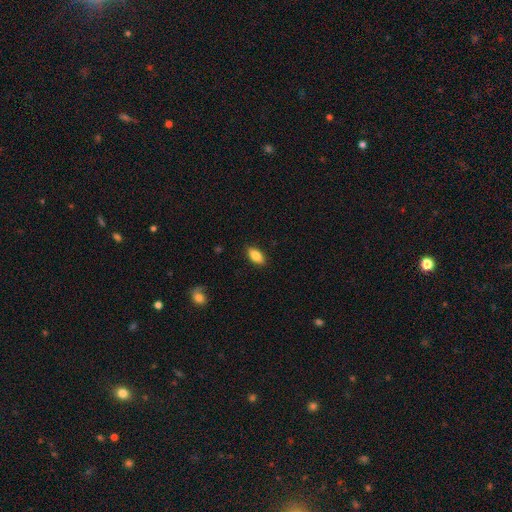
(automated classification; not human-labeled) Smooth or featured: smooth — 82% (featured or disk — 10%)
How rounded: in between — 89% (cigar-shaped — 8%)
Merging: none — 88% (minor disturbance — 9%)